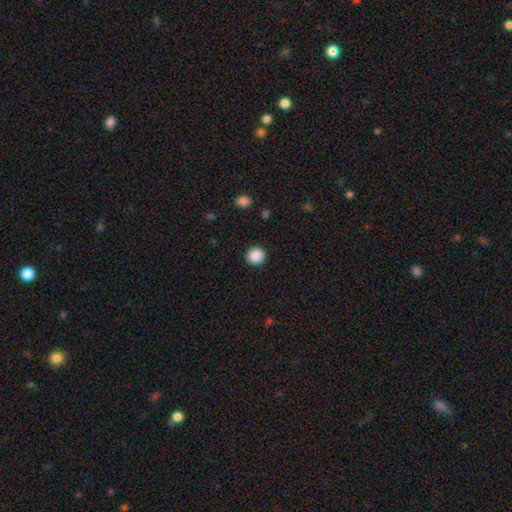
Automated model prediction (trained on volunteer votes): Smooth or featured? Predicted: smooth (p=0.89). How rounded? Predicted: round (p=0.94). Merging? Predicted: none (p=0.92).